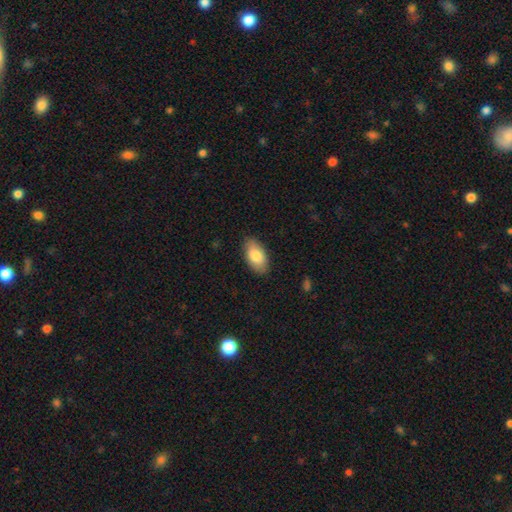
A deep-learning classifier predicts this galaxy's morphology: Smooth or featured? Predicted: smooth (p=0.83). How rounded? Predicted: in between (p=0.94). Merging? Predicted: none (p=0.85).